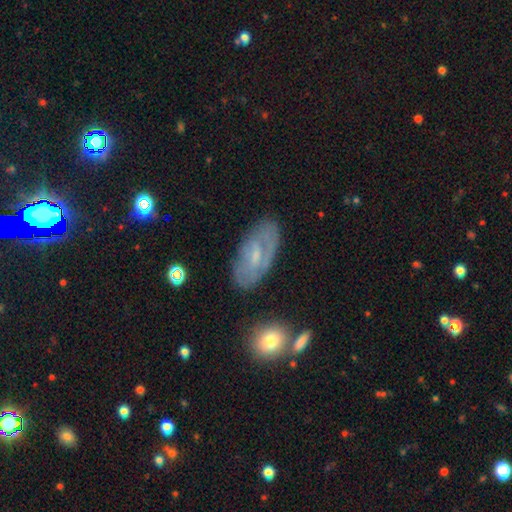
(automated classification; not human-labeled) Smooth or featured: featured or disk — 61% (smooth — 31%)
Edge-on disk: no — 89% (yes — 11%)
Bar: weak — 52% (no — 28%)
Spiral arms: yes — 65% (no — 35%)
Bulge size: small — 58% (moderate — 26%)
Merging: none — 75% (minor disturbance — 17%)